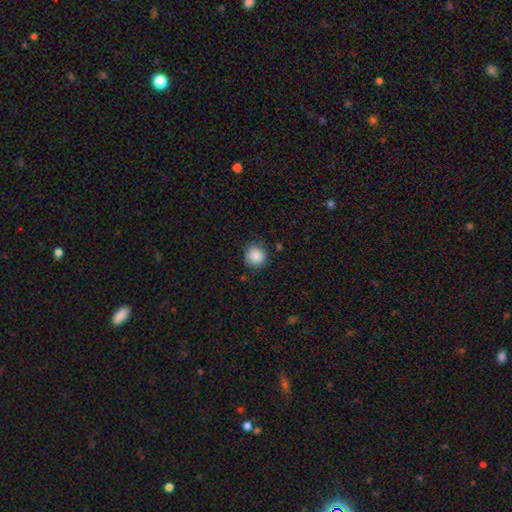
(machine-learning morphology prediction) smooth 88%, star or artifact 9%, featured or disk 3%. Down the decision tree: how rounded — round (94%); merging — none (85%).